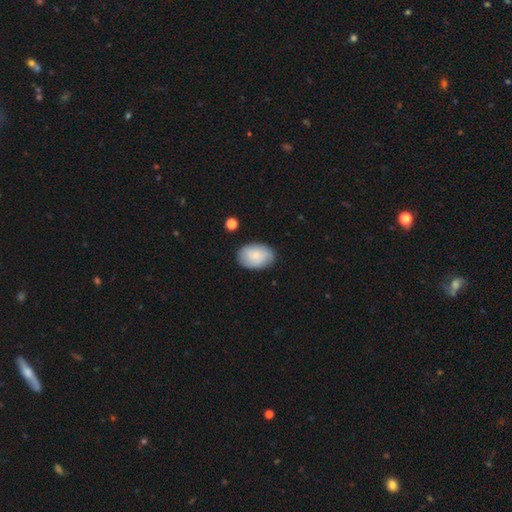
Smooth or featured: smooth — 51% (featured or disk — 44%)
How rounded: in between — 90% (round — 10%)
Merging: none — 92% (minor disturbance — 8%)